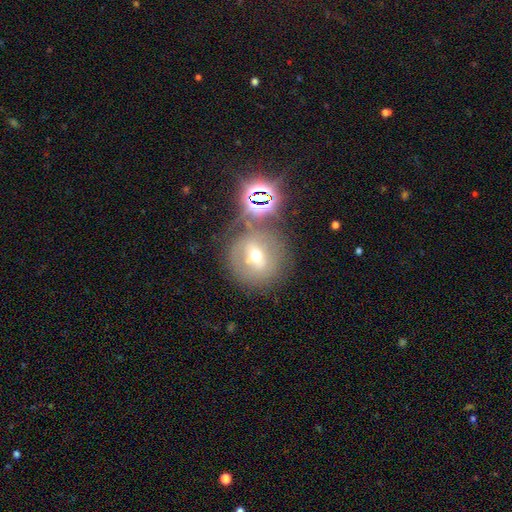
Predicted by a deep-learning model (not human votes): A featured or disk galaxy (41%). Merging: none (67%).